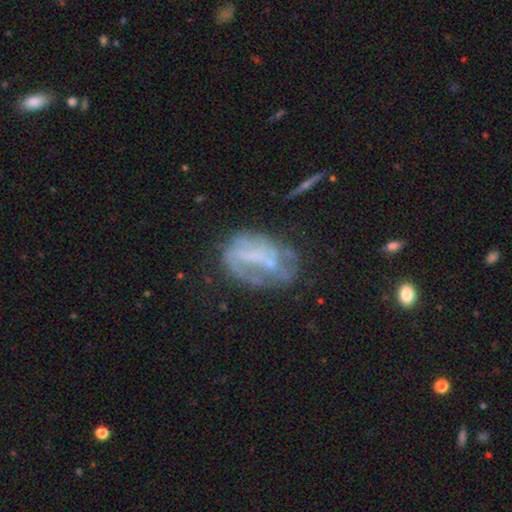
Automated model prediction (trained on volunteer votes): featured or disk 61%, smooth 28%, star or artifact 11%. Down the decision tree: edge-on disk — no (96%); bar — no (49%); spiral arms — no (60%); bulge size — none (57%); merging — none (41%).